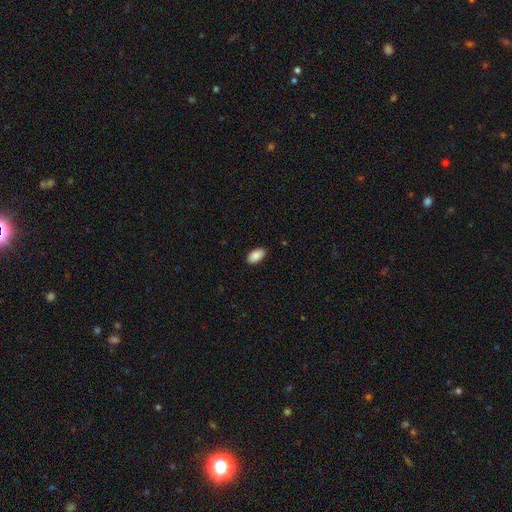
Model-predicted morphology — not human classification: Smooth or featured? Predicted: smooth (p=0.90). How rounded? Predicted: in between (p=0.95). Merging? Predicted: none (p=0.89).